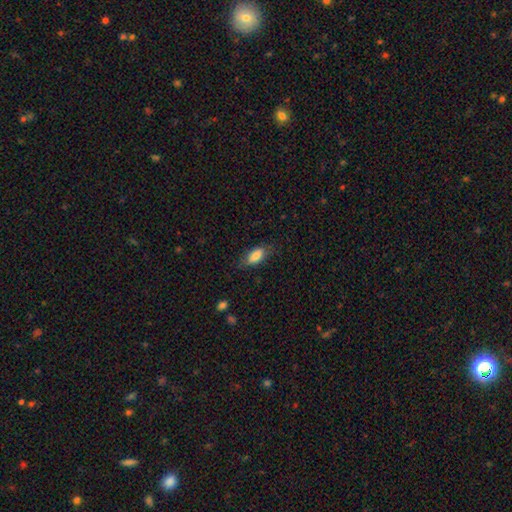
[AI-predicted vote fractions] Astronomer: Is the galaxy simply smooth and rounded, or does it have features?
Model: smooth — 82%.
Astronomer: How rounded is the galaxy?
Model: in between — 85%.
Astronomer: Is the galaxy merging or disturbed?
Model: none — 72%.